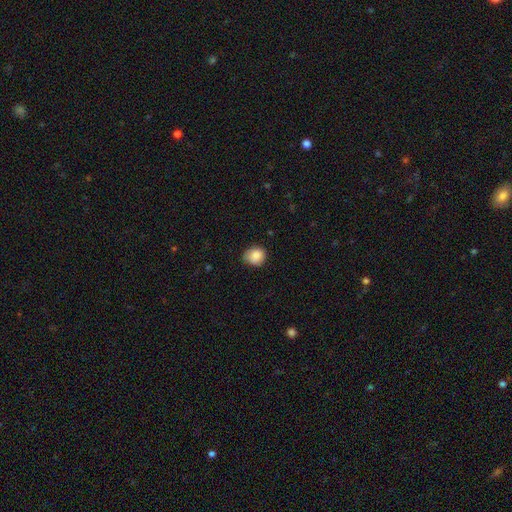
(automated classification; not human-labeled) smooth-or-featured: smooth: 87% | star or artifact: 8% | featured or disk: 4%
  how-rounded: round: 73% | in between: 26% | cigar-shaped: 1%
  merging: none: 70% | minor disturbance: 25% | major disturbance: 4% | merger: 1%